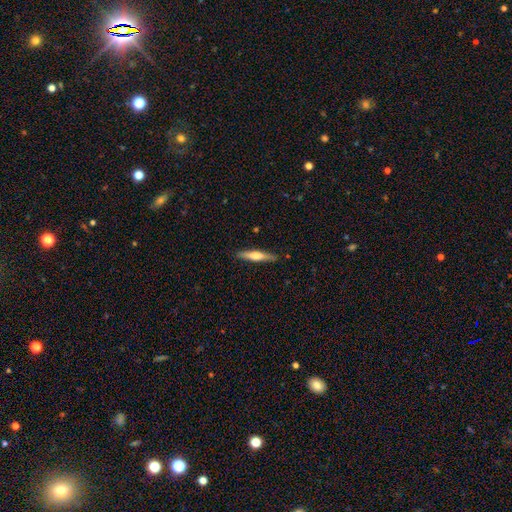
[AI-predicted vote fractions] smooth-or-featured: smooth: 48% | featured or disk: 47% | star or artifact: 5%
  merging: none: 87% | minor disturbance: 10% | major disturbance: 2% | merger: 1%